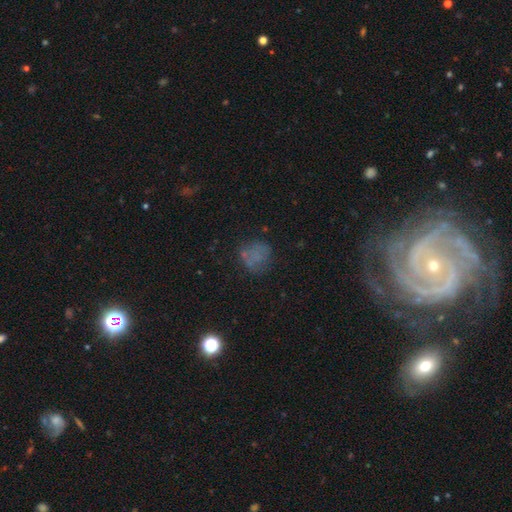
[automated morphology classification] A smooth galaxy with no disk features (54%) that is round (80%). Merging: none (62%).